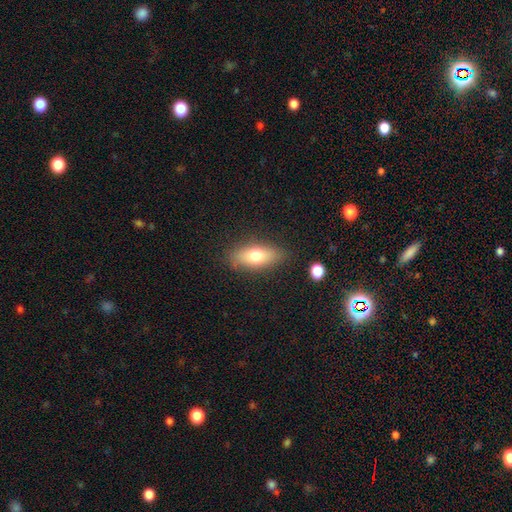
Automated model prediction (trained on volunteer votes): smooth_or_featured: smooth (p=0.71) [alt: featured or disk p=0.22]
how_rounded: in between (p=0.76) [alt: cigar-shaped p=0.19]
merging: none (p=0.82) [alt: minor disturbance p=0.13]